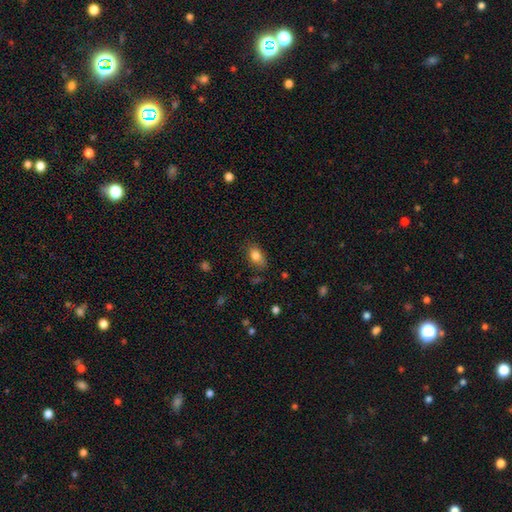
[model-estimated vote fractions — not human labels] This is clearly a smooth galaxy (82%). How rounded: clearly in between (85%). Merging: likely none (77%).